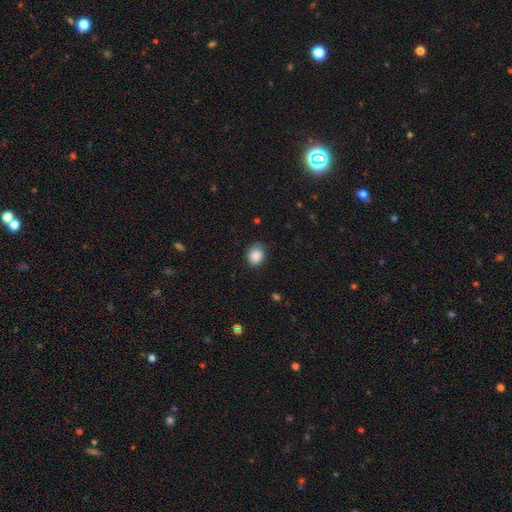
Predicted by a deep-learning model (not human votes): A smooth galaxy with no disk features (88%) that is round (61%). Merging: none (77%).